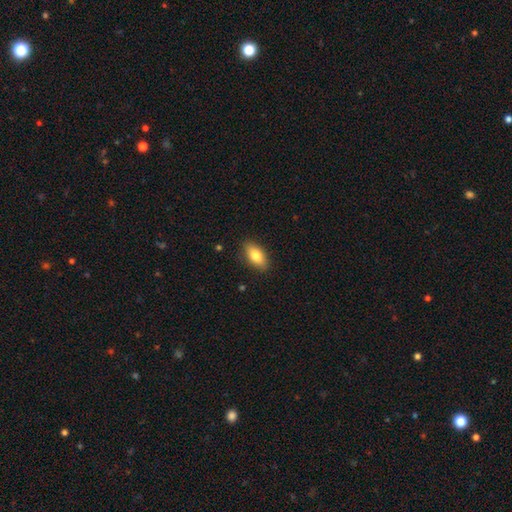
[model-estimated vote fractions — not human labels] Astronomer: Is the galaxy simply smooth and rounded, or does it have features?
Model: smooth — 81%.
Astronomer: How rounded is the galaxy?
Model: in between — 88%.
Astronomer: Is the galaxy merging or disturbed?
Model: none — 87%.